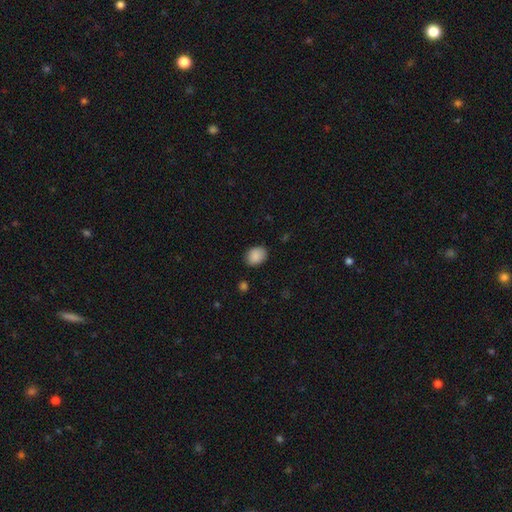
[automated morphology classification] A smooth galaxy with no disk features (89%) that is in between round and cigar-shaped (59%). Merging: none (84%).